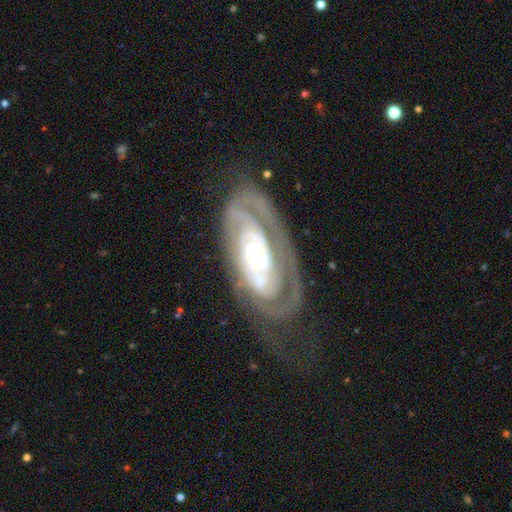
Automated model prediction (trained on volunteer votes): Morphology: type=featured or disk (87%); edge-on=no (94%); bar=no (68%); spiral arms=yes (92%); winding=tight (73%); arm count=2 (40%); bulge=moderate (59%); merging=none (60%).